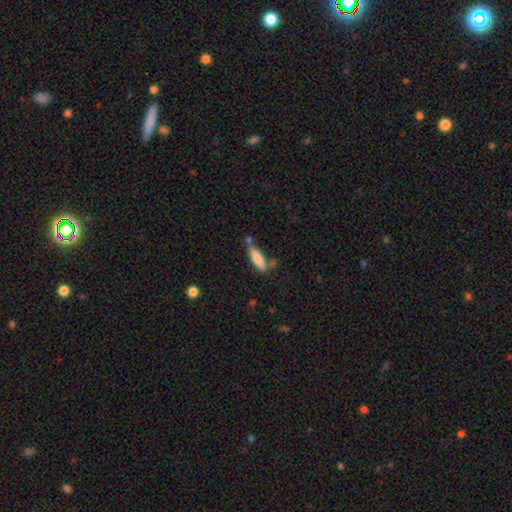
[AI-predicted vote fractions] This is likely a smooth galaxy (65%). How rounded: possibly cigar-shaped (56%). Merging: likely none (62%).